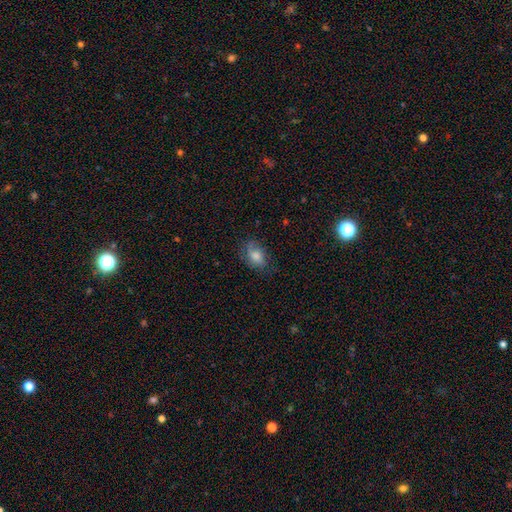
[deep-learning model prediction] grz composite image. It shows a smooth galaxy with no disk features (64%) that is in between round and cigar-shaped (73%). Merging: none (65%).